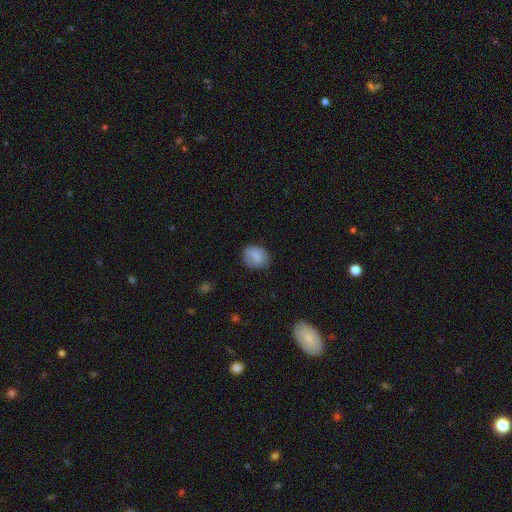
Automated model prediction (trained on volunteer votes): Smooth or featured?
  - smooth: 81% *
  - featured or disk: 11%
  - star or artifact: 8%
How rounded?
  - in between: 51% *
  - round: 47%
  - cigar-shaped: 1%
Merging?
  - none: 78% *
  - minor disturbance: 17%
  - major disturbance: 4%
  - merger: 1%